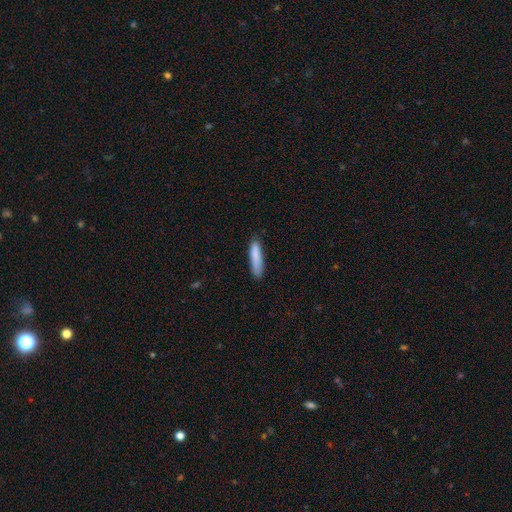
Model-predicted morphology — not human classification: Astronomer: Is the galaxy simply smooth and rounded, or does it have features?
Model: smooth — 86%.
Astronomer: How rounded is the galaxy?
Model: cigar-shaped — 79%.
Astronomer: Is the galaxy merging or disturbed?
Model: none — 79%.